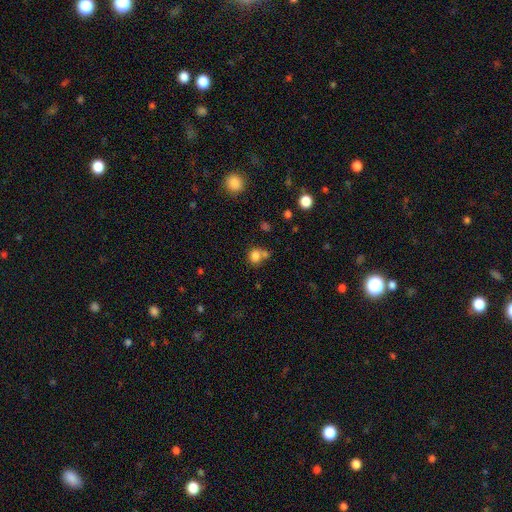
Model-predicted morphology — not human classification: Overall: smooth (80%). How rounded: round (72%). Merging: none (51%; merger 33%).